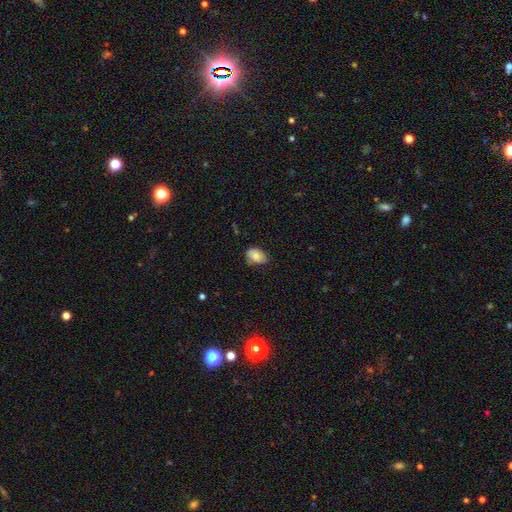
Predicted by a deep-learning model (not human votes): Smooth or featured?
  - smooth: 80% *
  - featured or disk: 12%
  - star or artifact: 8%
How rounded?
  - in between: 83% *
  - round: 16%
  - cigar-shaped: 1%
Merging?
  - none: 63% *
  - minor disturbance: 30%
  - major disturbance: 6%
  - merger: 2%